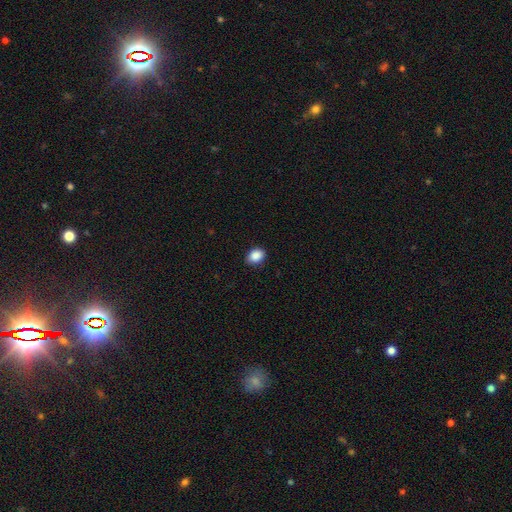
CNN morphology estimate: Smooth or featured?
  - smooth: 89% *
  - star or artifact: 8%
  - featured or disk: 3%
How rounded?
  - in between: 68% *
  - round: 31%
  - cigar-shaped: 1%
Merging?
  - none: 88% *
  - minor disturbance: 10%
  - major disturbance: 2%
  - merger: 1%